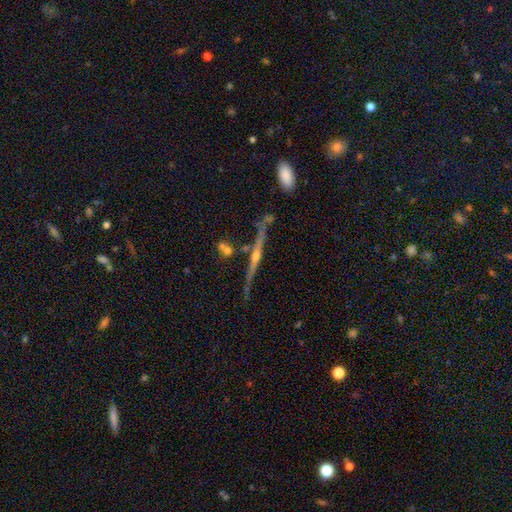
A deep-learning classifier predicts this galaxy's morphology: The model was most divided on "merging": none: 80%, minor disturbance: 11%, merger: 5%, major disturbance: 3%. More confident: edge-on disk — yes (97%); edge-on bulge — rounded (86%); smooth or featured — featured or disk (83%).